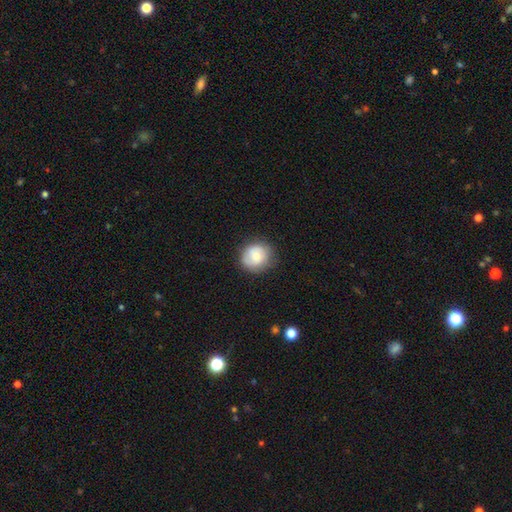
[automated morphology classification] smooth 76%, featured or disk 17%, star or artifact 7%. Down the decision tree: how rounded — round (85%); merging — none (78%).